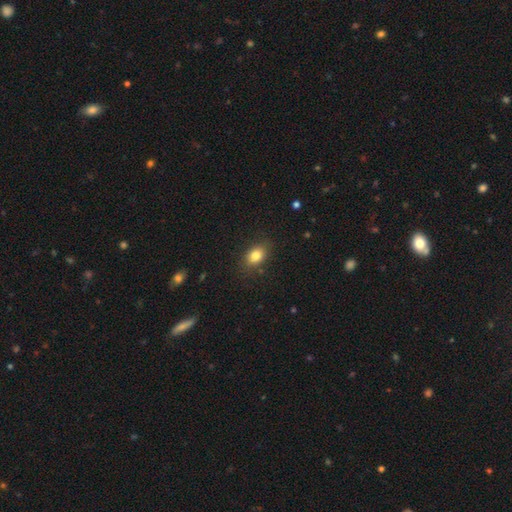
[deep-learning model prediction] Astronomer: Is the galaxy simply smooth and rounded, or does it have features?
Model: smooth — 82%.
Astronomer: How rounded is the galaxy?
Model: in between — 75%.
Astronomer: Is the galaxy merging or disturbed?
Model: none — 83%.